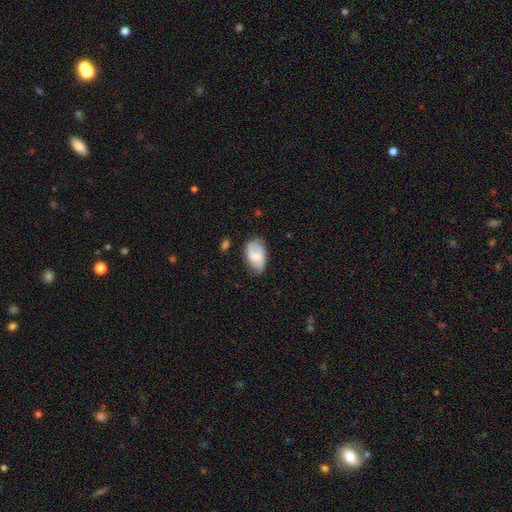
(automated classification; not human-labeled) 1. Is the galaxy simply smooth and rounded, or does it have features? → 50% smooth, 42% featured or disk, 7% star or artifact.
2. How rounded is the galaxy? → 90% in between, 8% round, 2% cigar-shaped.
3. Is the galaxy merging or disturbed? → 61% none, 29% minor disturbance, 8% major disturbance, 2% merger.